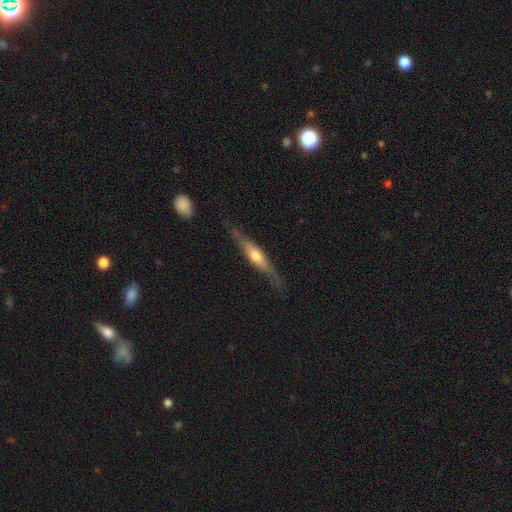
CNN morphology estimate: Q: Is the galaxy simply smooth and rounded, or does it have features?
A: featured or disk — 62%.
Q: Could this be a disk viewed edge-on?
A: yes — 89%.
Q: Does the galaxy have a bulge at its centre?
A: rounded — 80%.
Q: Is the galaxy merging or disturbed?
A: none — 74%.